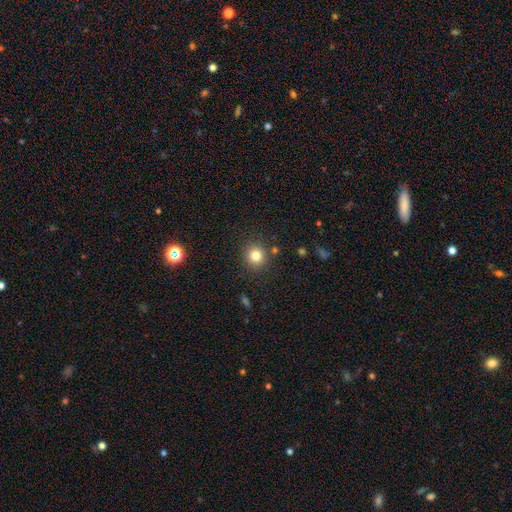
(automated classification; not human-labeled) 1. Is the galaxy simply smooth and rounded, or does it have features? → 81% smooth, 13% star or artifact, 6% featured or disk.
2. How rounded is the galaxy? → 91% round, 8% in between, 1% cigar-shaped.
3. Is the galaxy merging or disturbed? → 87% none, 7% minor disturbance, 3% merger, 3% major disturbance.